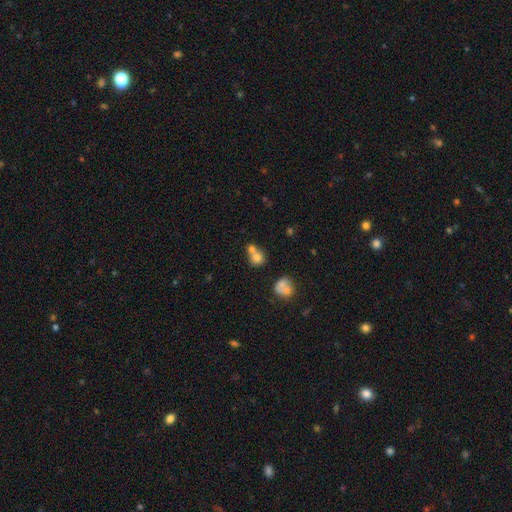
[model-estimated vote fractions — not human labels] Q: Smooth or featured?
A: smooth (74%); runner-up: featured or disk (13%)
Q: How rounded?
A: round (81%); runner-up: in between (17%)
Q: Merging?
A: merger (51%); runner-up: none (39%)